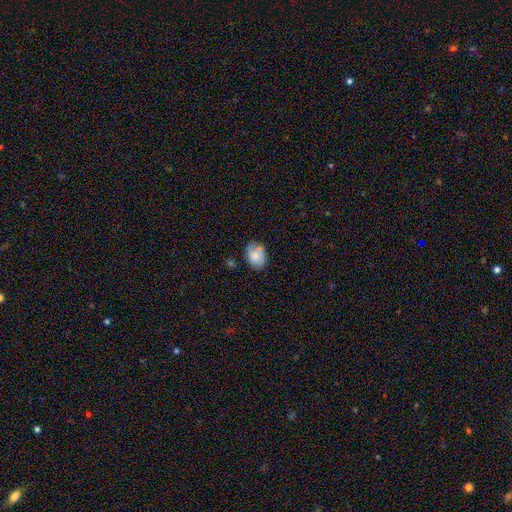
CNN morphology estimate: Smooth or featured? Predicted: smooth (p=0.72). How rounded? Predicted: in between (p=0.72). Merging? Predicted: none (p=0.60).